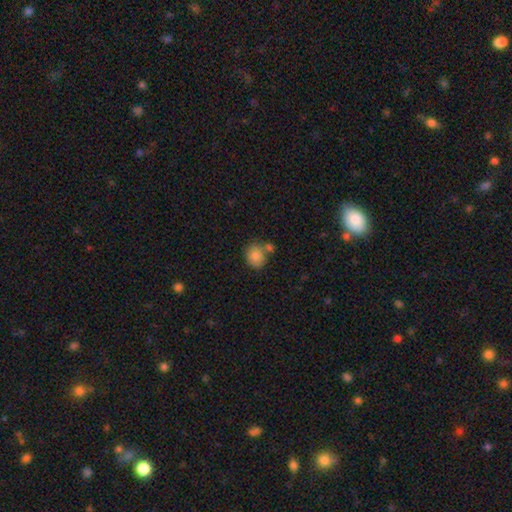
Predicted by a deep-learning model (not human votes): Morphology: type=smooth (84%); roundness=round (68%); merging=none (59%).